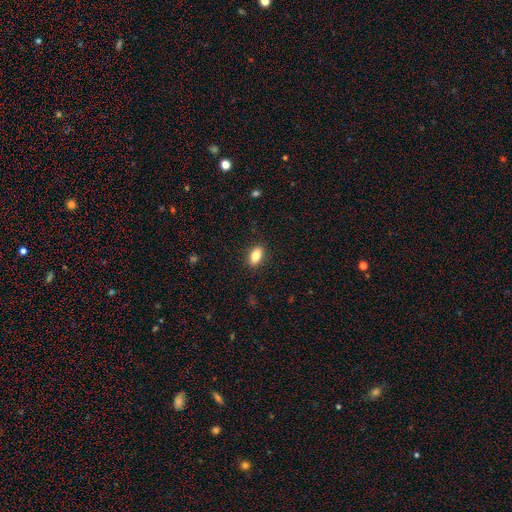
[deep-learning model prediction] Overall: smooth (81%). How rounded: in between (87%). Merging: none (89%).